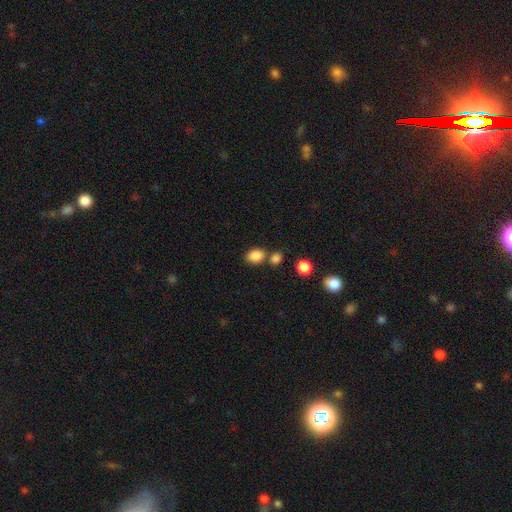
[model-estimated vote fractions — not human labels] A smooth galaxy with no disk features (86%) that is in between round and cigar-shaped (65%).

Vote fractions:
- Smooth or featured? smooth: 86% / star or artifact: 10% / featured or disk: 4%
- How rounded? in between: 65% / round: 34% / cigar-shaped: 1%
- Merging? none: 63% / merger: 22% / minor disturbance: 12% / major disturbance: 4%